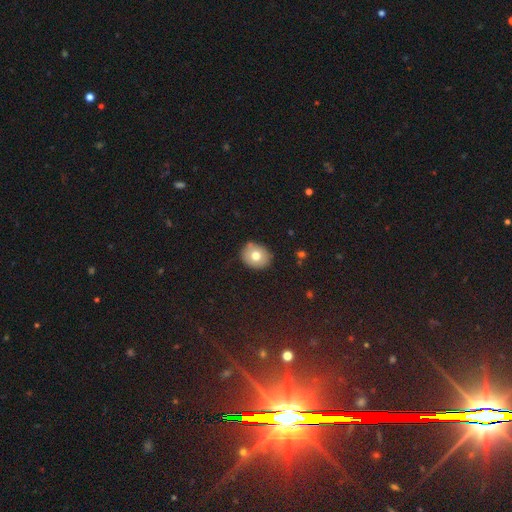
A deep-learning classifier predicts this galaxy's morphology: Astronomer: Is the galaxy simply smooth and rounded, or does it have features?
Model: smooth — 71%.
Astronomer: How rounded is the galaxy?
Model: round — 67%.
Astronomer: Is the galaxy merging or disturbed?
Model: none — 81%.